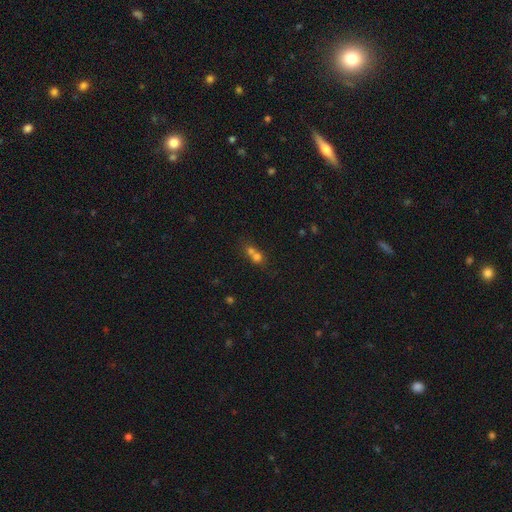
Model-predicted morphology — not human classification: type=smooth (61%); roundness=round (73%); merging=merger (60%).